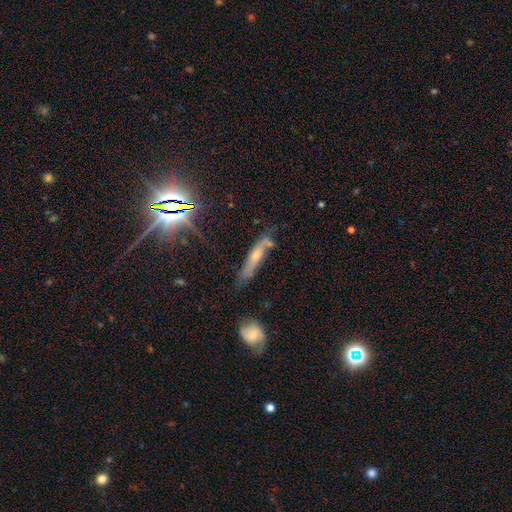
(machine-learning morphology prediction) Overall: featured or disk (50%; smooth 34%). Edge-on disk: yes (70%; no 30%). Merging: none (57%; minor disturbance 27%).